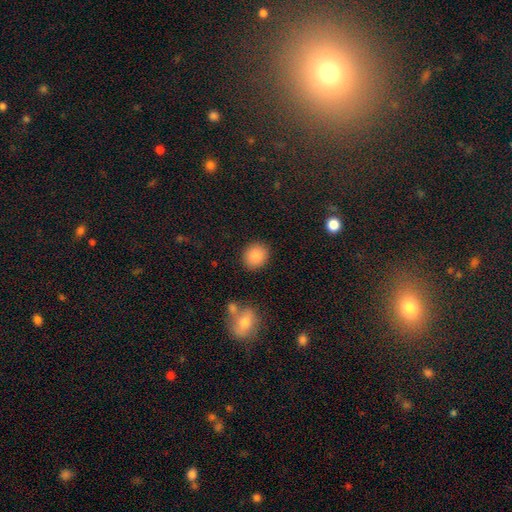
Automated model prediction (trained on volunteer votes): The model was most divided on "how rounded": round: 73%, in between: 26%, cigar-shaped: 1%. More confident: merging — none (88%); smooth or featured — smooth (85%).